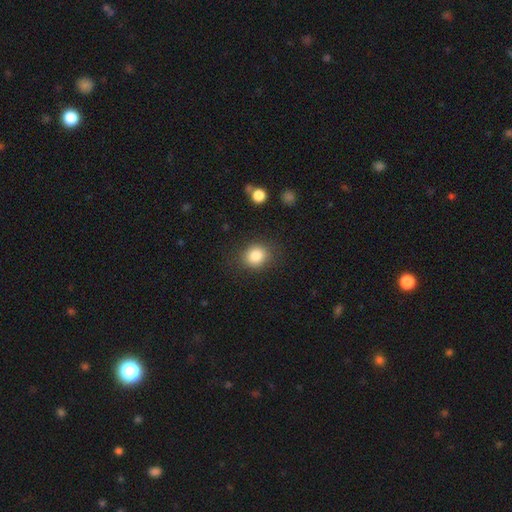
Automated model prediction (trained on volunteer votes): Smooth or featured: smooth — 85% (star or artifact — 10%)
How rounded: round — 74% (in between — 25%)
Merging: none — 83% (minor disturbance — 11%)